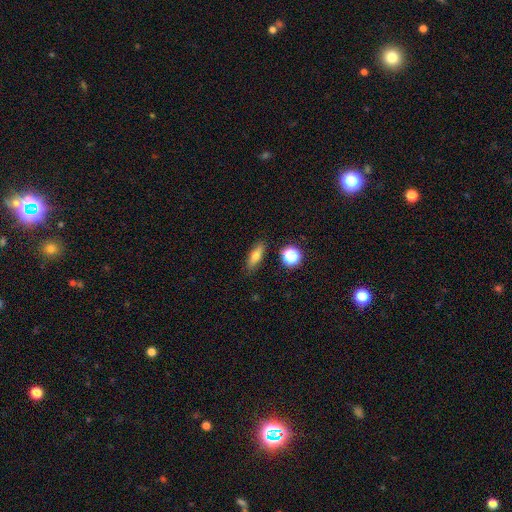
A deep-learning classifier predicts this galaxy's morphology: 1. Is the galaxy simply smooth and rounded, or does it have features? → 65% smooth, 23% featured or disk, 11% star or artifact.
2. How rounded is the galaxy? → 51% in between, 41% cigar-shaped, 8% round.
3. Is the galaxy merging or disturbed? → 85% none, 10% minor disturbance, 3% major disturbance, 2% merger.